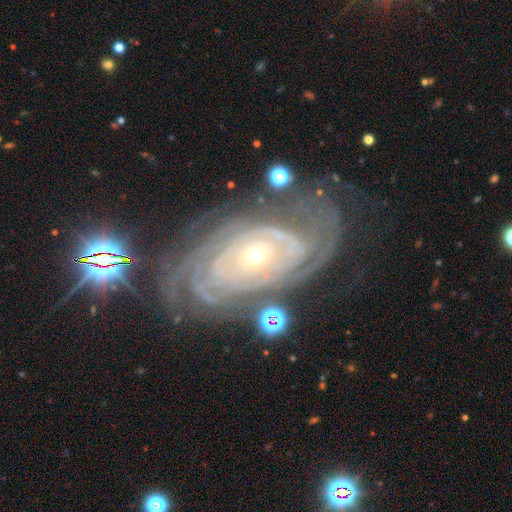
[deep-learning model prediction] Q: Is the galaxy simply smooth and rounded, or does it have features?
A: featured or disk — 88%.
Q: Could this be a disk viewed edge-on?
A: no — 95%.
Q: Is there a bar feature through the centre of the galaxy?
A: no — 79%.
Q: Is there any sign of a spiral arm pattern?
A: yes — 96%.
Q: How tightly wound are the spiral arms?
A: tight — 84%.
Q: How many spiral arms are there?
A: can't tell — 32%.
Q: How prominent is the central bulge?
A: small — 74%.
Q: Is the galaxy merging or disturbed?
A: none — 71%.